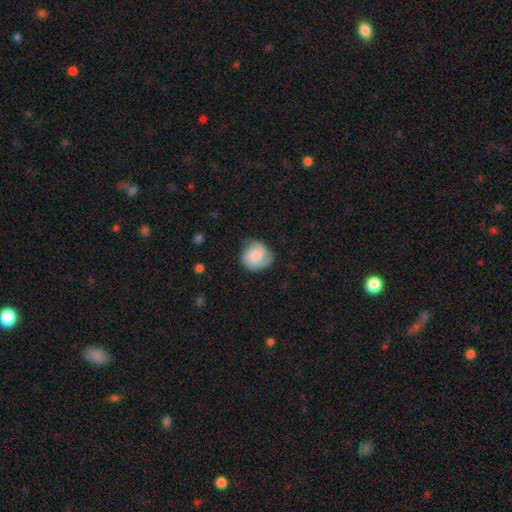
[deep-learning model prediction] This appears to be a featured or disk galaxy (49%). Merging: none (63%).